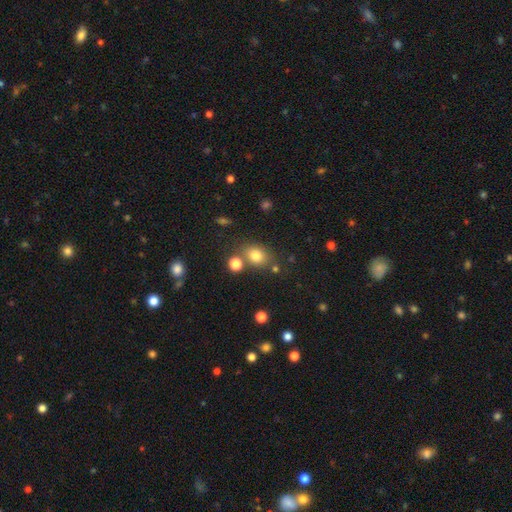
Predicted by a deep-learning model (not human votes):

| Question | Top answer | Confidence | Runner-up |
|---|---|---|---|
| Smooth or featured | smooth | 78% | star or artifact (14%) |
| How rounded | round | 50% | in between (48%) |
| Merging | none | 70% | merger (13%) |